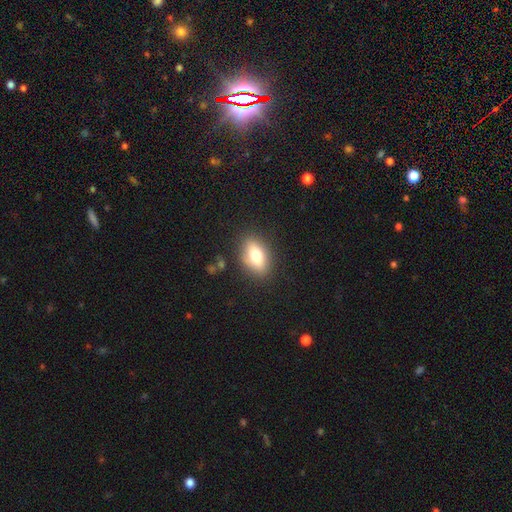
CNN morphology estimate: Q: Smooth or featured?
A: smooth (73%); runner-up: featured or disk (19%)
Q: How rounded?
A: in between (84%); runner-up: round (9%)
Q: Merging?
A: none (83%); runner-up: minor disturbance (12%)